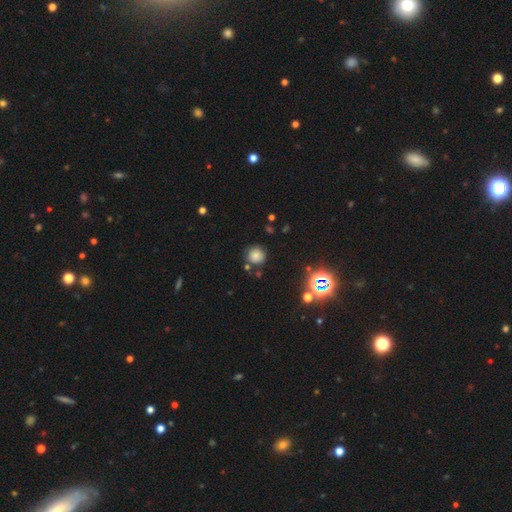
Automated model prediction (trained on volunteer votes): A smooth galaxy with no disk features (69%) that is round (91%). Merging: none (77%).